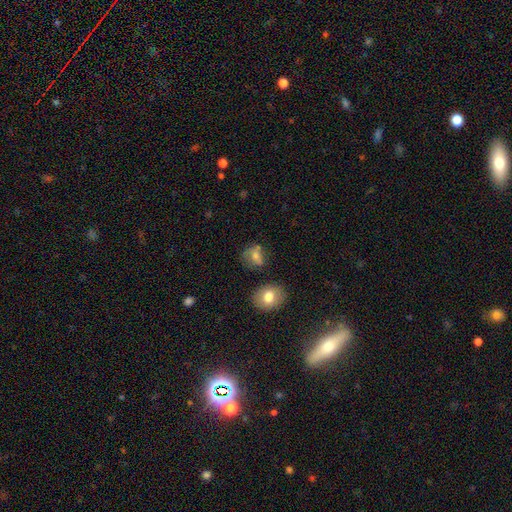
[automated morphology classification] smooth_or_featured: smooth (p=0.62) [alt: featured or disk p=0.23]
how_rounded: round (p=0.59) [alt: in between p=0.39]
merging: none (p=0.64) [alt: minor disturbance p=0.19]